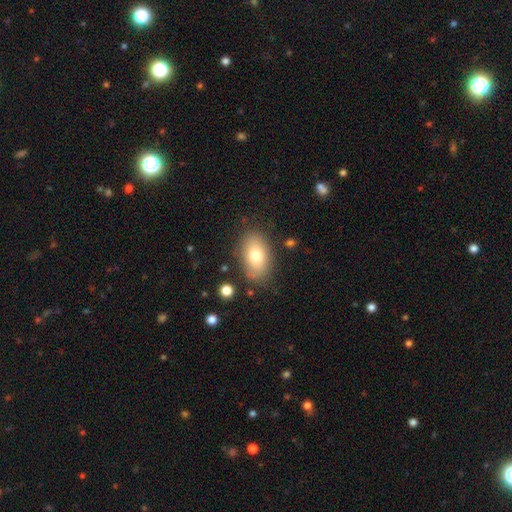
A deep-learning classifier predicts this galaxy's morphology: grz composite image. It shows a smooth galaxy with no disk features (76%) that is in between round and cigar-shaped (90%). Merging: none (81%).